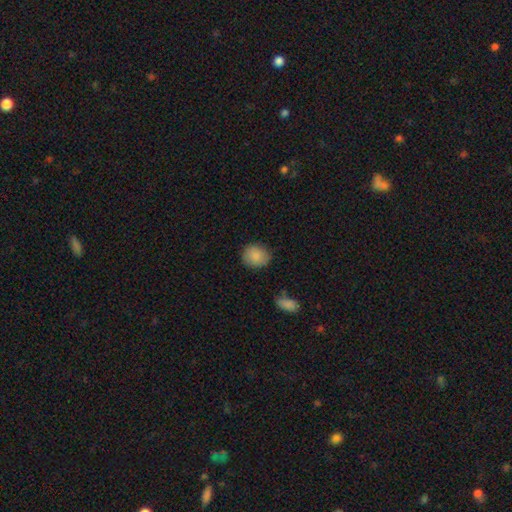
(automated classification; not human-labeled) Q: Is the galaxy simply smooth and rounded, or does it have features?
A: smooth — 88%.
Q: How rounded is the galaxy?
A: round — 78%.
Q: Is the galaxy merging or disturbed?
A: none — 83%.